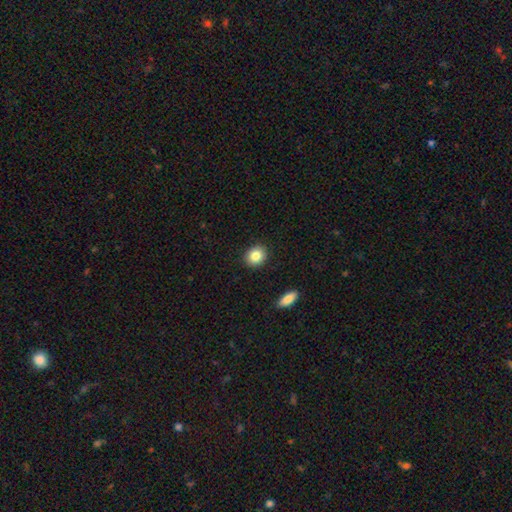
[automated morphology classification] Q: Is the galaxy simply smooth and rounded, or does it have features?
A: smooth — 85%.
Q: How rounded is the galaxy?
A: round — 71%.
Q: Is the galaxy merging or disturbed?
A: none — 90%.